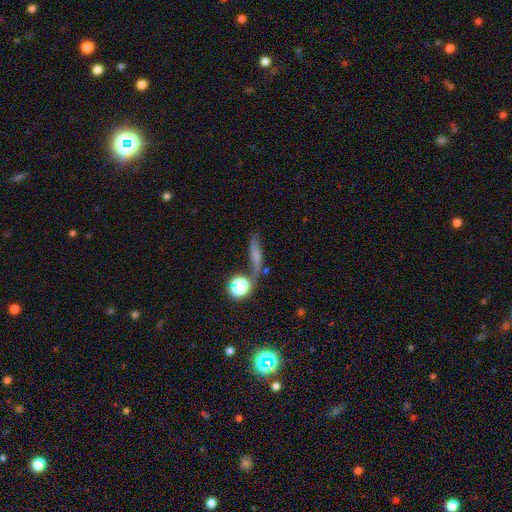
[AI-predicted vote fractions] Smooth or featured?
  - smooth: 55% *
  - featured or disk: 29%
  - star or artifact: 16%
How rounded?
  - cigar-shaped: 58% *
  - in between: 27%
  - round: 15%
Merging?
  - none: 52% *
  - minor disturbance: 19%
  - merger: 17%
  - major disturbance: 13%